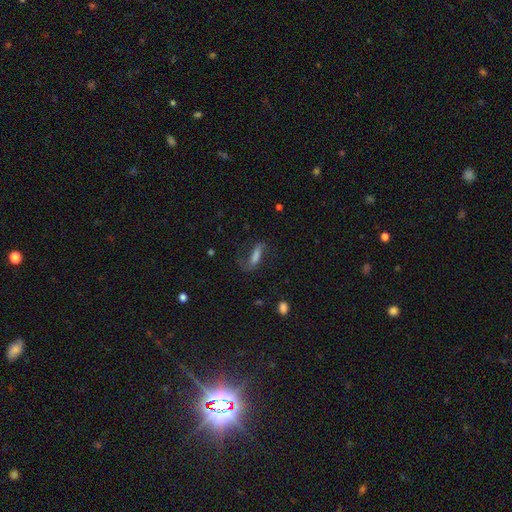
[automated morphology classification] This is possibly a featured or disk galaxy (54%). It is clearly not viewed edge-on (83%). Merging: likely none (61%).